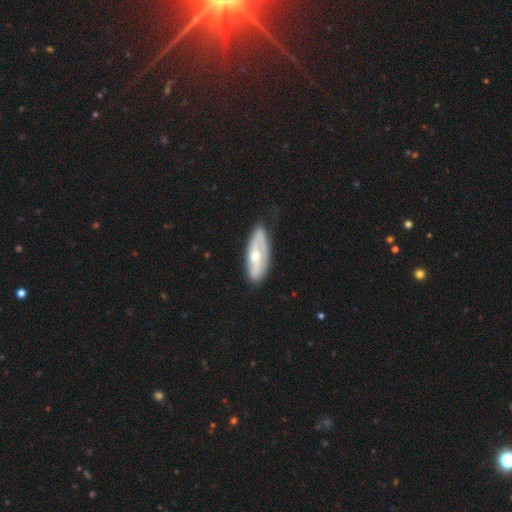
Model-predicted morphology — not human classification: featured or disk 66%, smooth 29%, star or artifact 5%. Down the decision tree: edge-on disk — no (78%); bar — no (54%); spiral arms — yes (64%); bulge size — moderate (64%); merging — none (73%).